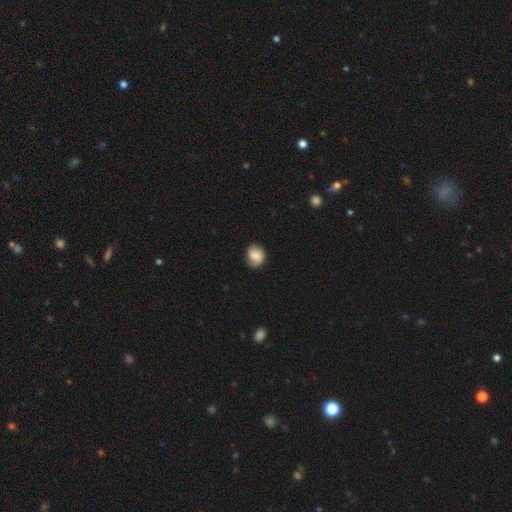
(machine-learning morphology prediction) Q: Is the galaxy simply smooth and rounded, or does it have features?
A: smooth — 70%.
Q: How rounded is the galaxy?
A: round — 71%.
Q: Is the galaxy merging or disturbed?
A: none — 74%.